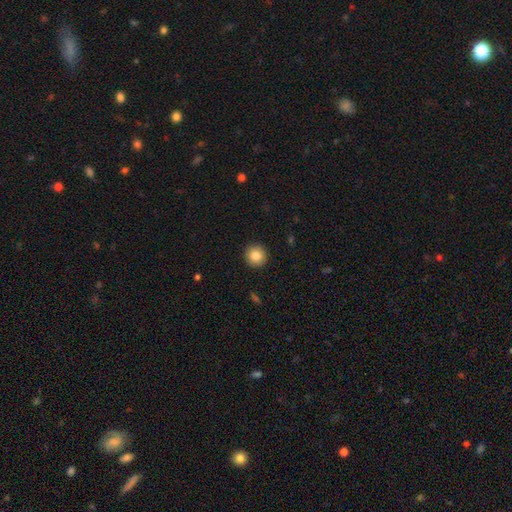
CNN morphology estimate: This appears to be a smooth galaxy with no disk features (82%) that is round (95%). Merging: none (93%).